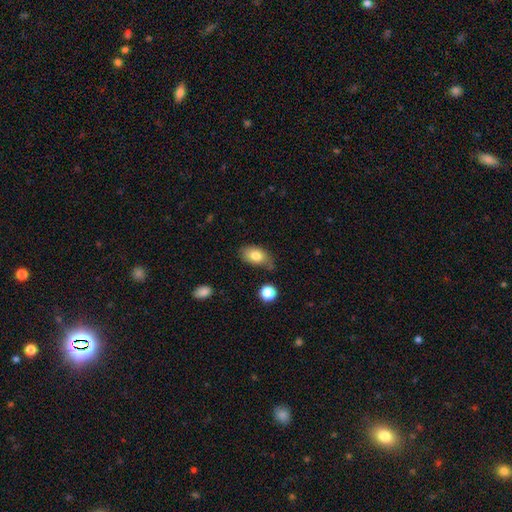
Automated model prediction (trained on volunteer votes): Smooth or featured? Predicted: smooth (p=0.80). How rounded? Predicted: in between (p=0.87). Merging? Predicted: none (p=0.59).